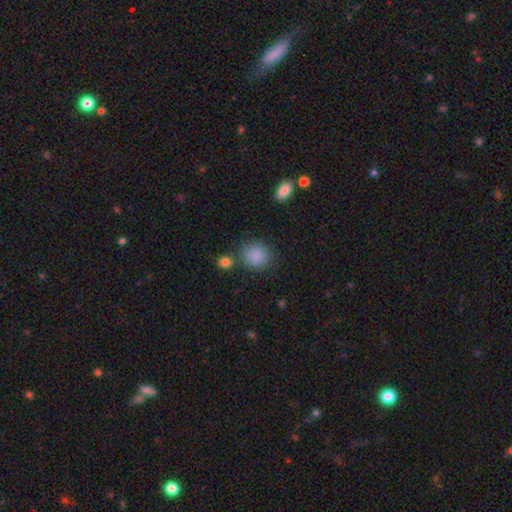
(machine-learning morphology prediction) The model was most divided on "how rounded": round: 78%, in between: 21%, cigar-shaped: 1%. More confident: smooth or featured — smooth (87%); merging — none (75%).